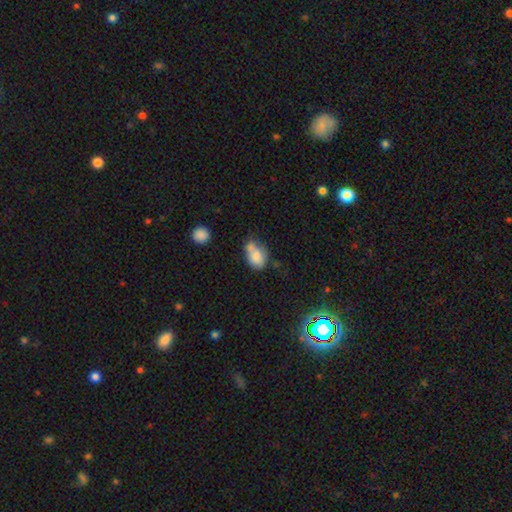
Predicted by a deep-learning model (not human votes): Overall: smooth (76%). How rounded: in between (77%). Merging: merger (35%; none 33%).